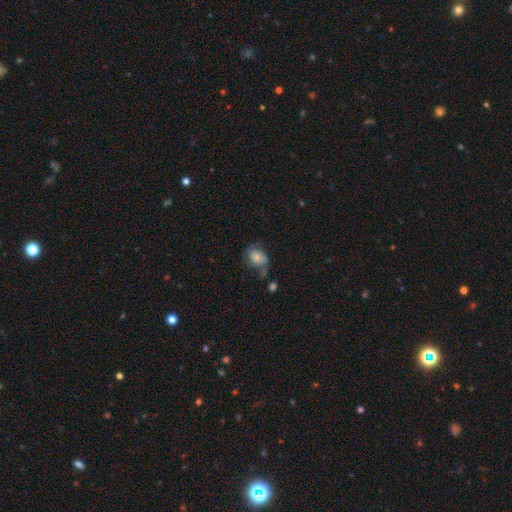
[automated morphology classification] This is marginally a smooth galaxy (44%). Merging: possibly none (45%).